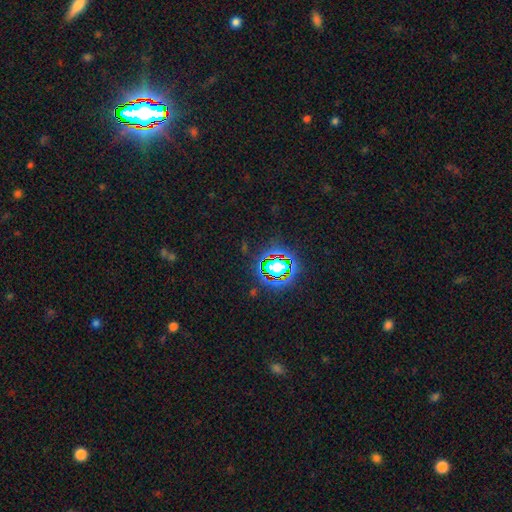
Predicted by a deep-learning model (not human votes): Smooth or featured: star or artifact — 82% (smooth — 10%)